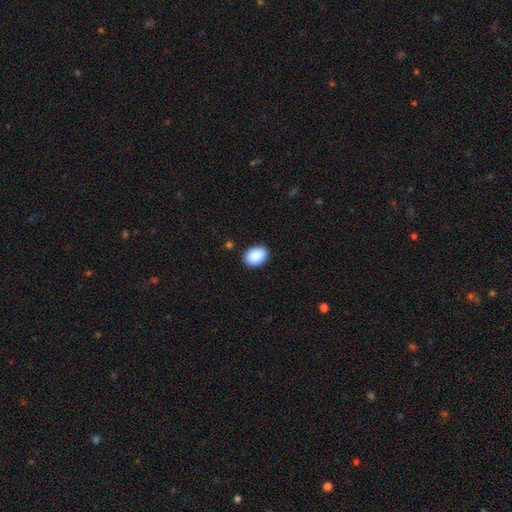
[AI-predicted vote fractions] Smooth or featured? smooth (91%)
How rounded? in between (81%)
Merging? none (89%)